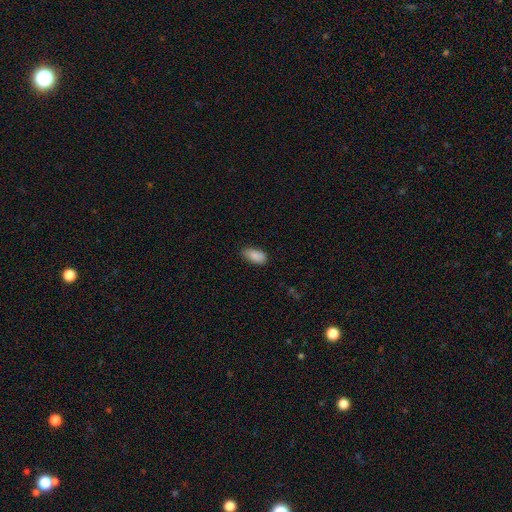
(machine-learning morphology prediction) The model was most divided on "merging": none: 78%, minor disturbance: 17%, major disturbance: 3%, merger: 1%. More confident: how rounded — in between (91%); smooth or featured — smooth (88%).